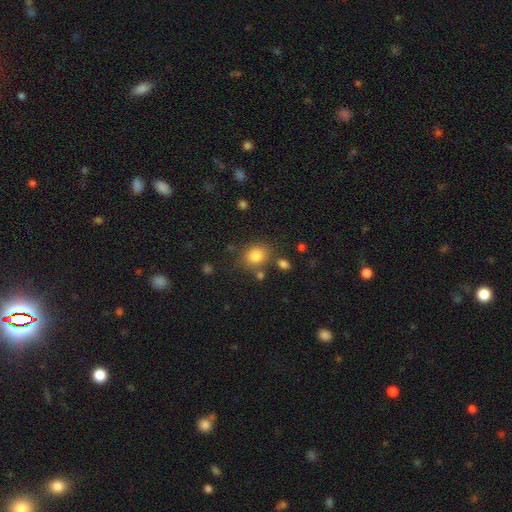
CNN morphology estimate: Q: Smooth or featured?
A: smooth (82%); runner-up: star or artifact (11%)
Q: How rounded?
A: round (58%); runner-up: in between (41%)
Q: Merging?
A: none (74%); runner-up: minor disturbance (13%)